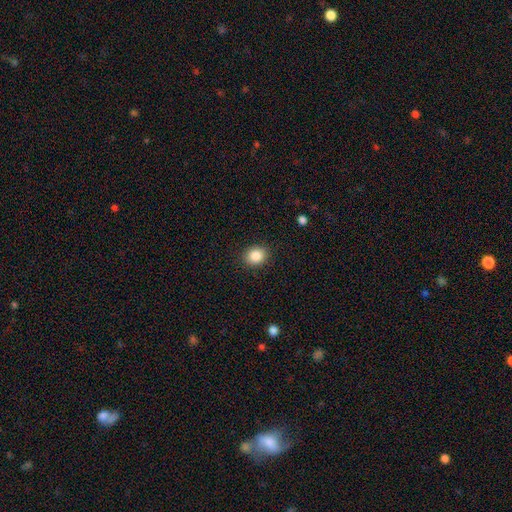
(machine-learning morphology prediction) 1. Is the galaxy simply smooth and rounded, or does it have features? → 86% smooth, 9% star or artifact, 5% featured or disk.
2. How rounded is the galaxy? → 58% round, 41% in between, 1% cigar-shaped.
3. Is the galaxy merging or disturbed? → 89% none, 7% minor disturbance, 2% major disturbance, 1% merger.